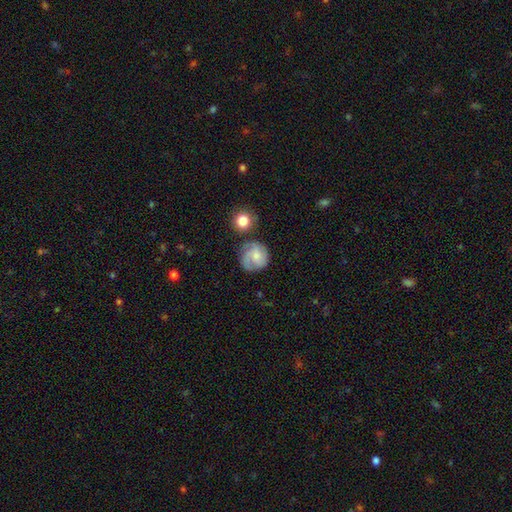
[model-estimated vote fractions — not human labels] smooth_or_featured: featured or disk (p=0.50) [alt: smooth p=0.42]
disk_edge_on: no (p=0.98) [alt: yes p=0.02]
merging: none (p=0.64) [alt: minor disturbance p=0.21]